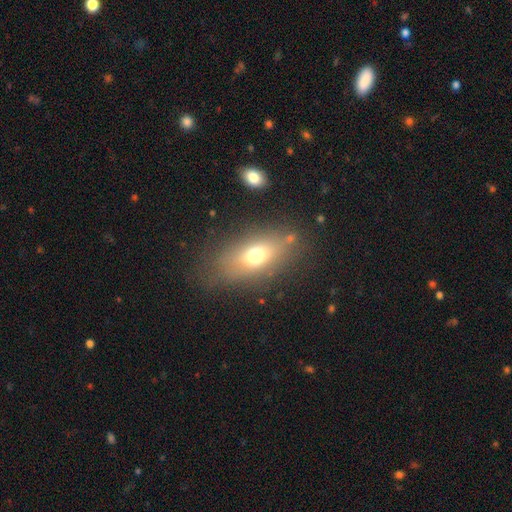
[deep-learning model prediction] Morphology: type=smooth (65%); roundness=in between (75%); merging=none (75%).